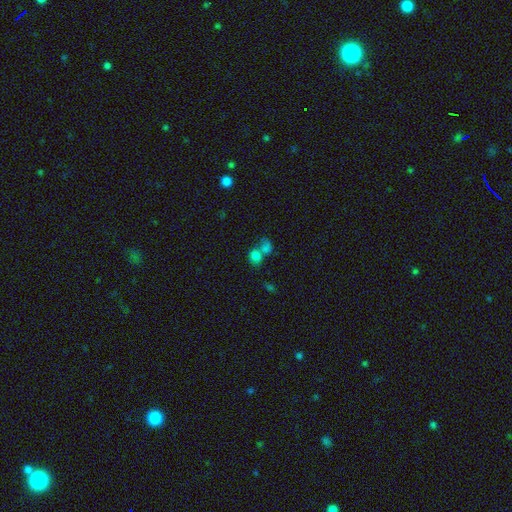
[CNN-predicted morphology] The model was most divided on "how rounded": round: 60%, in between: 38%, cigar-shaped: 1%. More confident: smooth or featured — smooth (76%); merging — merger (56%).